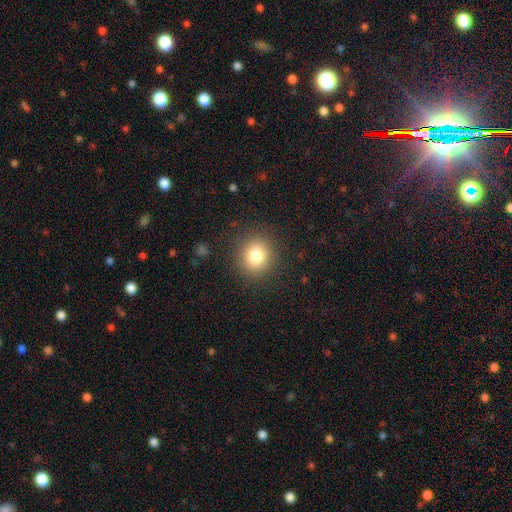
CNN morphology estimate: smooth-or-featured: smooth: 80% | star or artifact: 12% | featured or disk: 8%
  how-rounded: round: 85% | in between: 14% | cigar-shaped: 1%
  merging: none: 89% | minor disturbance: 7% | major disturbance: 3% | merger: 1%